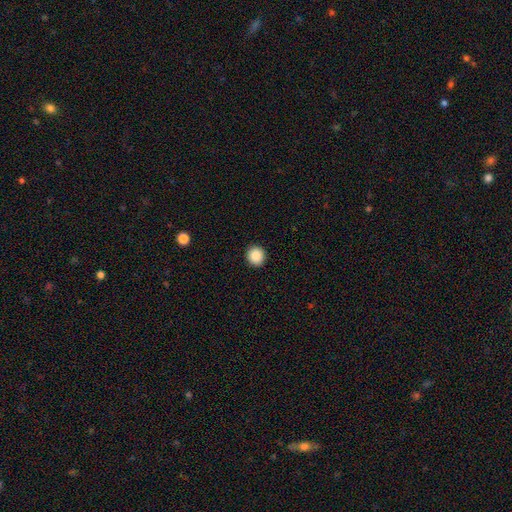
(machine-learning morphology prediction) smooth-or-featured: smooth: 88% | star or artifact: 9% | featured or disk: 3%
  how-rounded: round: 92% | in between: 7% | cigar-shaped: 1%
  merging: none: 93% | minor disturbance: 5% | major disturbance: 2% | merger: 1%